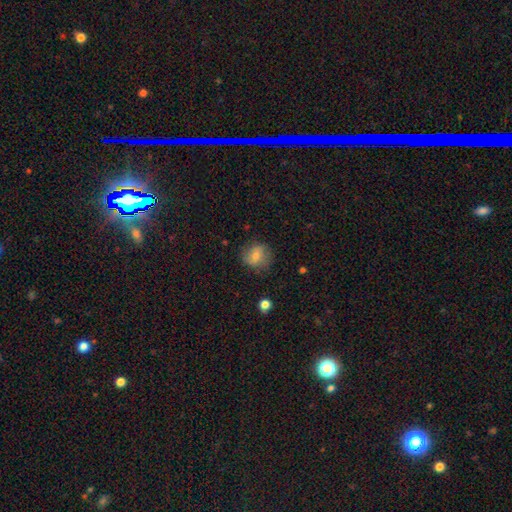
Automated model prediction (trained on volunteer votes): This appears to be a smooth galaxy with no disk features (67%) that is round (78%). Merging: none (77%).